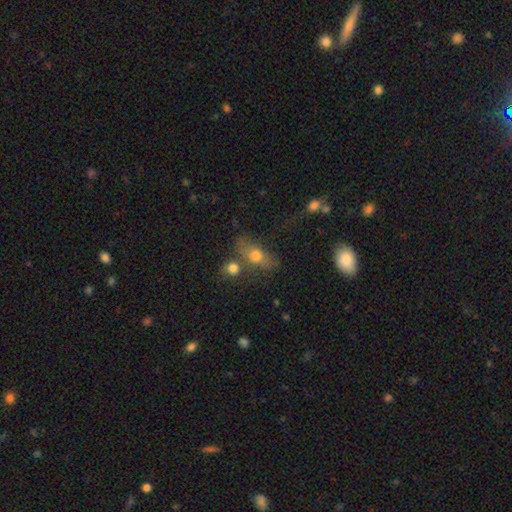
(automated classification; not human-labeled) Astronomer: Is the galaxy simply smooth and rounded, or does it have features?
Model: smooth — 67%.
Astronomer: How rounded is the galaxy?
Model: in between — 67%.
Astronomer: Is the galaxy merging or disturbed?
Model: none — 48% (runner-up: merger, 25%).